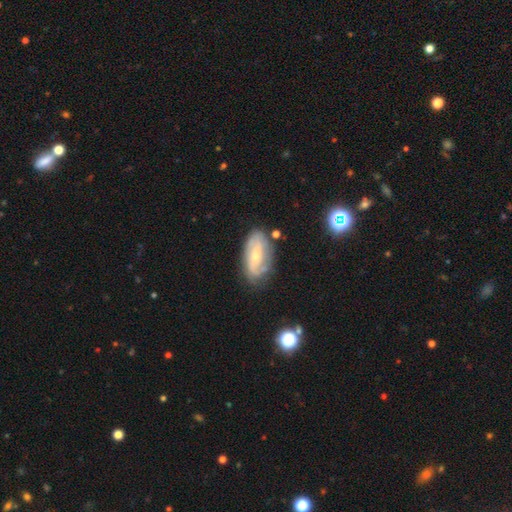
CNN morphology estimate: This is likely a featured or disk galaxy (64%). It is clearly not viewed edge-on (91%). Bar: possibly no (59%). Spiral arm pattern: likely yes (78%). Central bulge: possibly small (58%). Merging: likely none (66%).